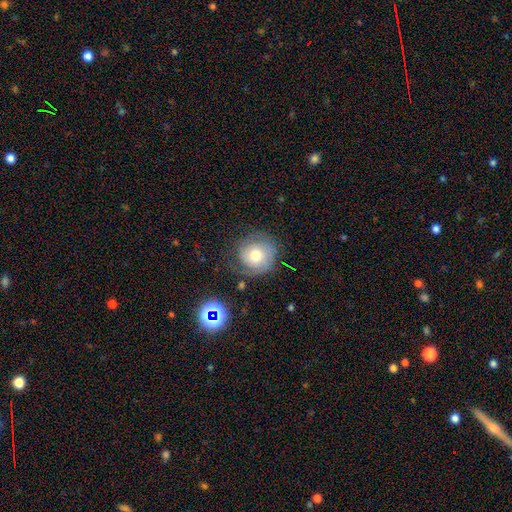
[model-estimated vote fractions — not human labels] Overall: smooth (55%; featured or disk 35%). How rounded: round (90%). Merging: none (65%).